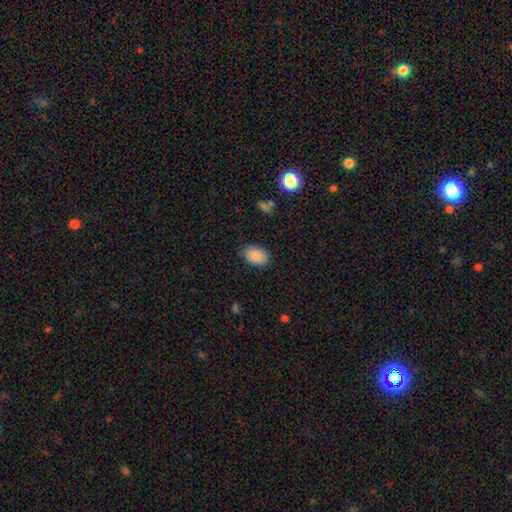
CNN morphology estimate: Smooth or featured? smooth (88%)
How rounded? in between (86%)
Merging? none (84%)